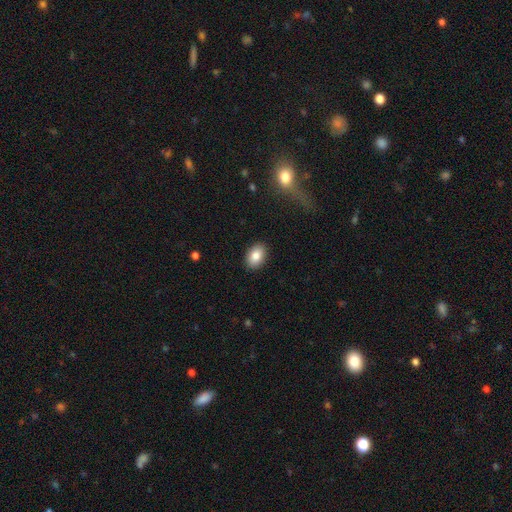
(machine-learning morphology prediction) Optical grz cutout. It shows a smooth galaxy with no disk features (85%) that is in between round and cigar-shaped (85%). Merging: none (89%).